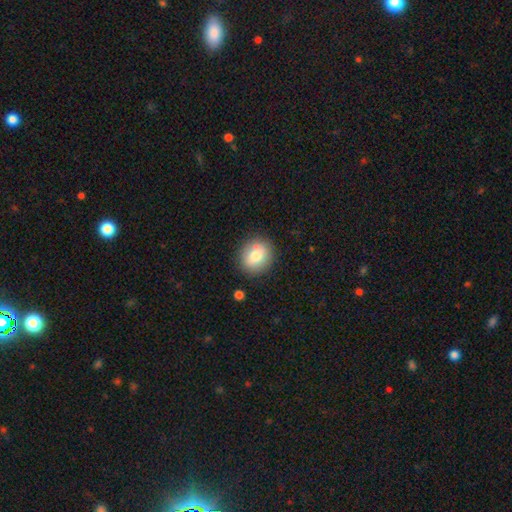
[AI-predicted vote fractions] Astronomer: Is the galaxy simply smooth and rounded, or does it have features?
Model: smooth — 77%.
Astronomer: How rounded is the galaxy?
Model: round — 76%.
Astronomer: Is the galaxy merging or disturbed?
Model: none — 84%.